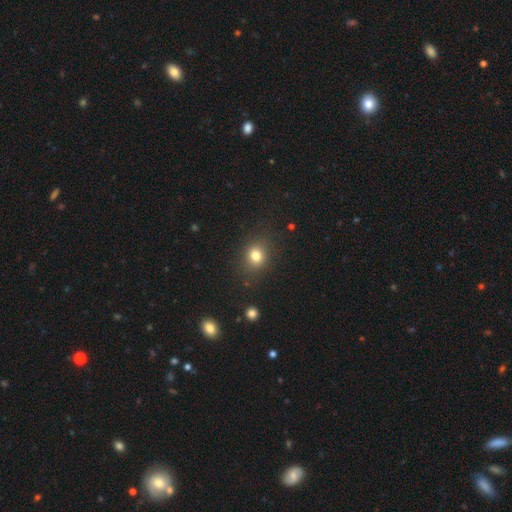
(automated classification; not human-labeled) Smooth or featured? Predicted: smooth (p=0.80). How rounded? Predicted: round (p=0.68). Merging? Predicted: none (p=0.83).